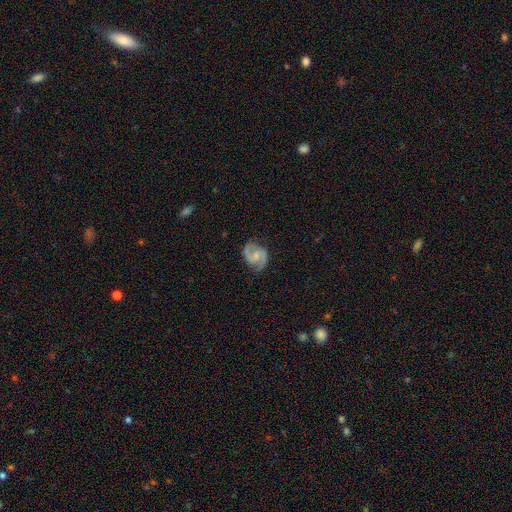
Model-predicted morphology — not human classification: The model was most divided on "bar": no: 47%, weak: 44%, strong: 9%. Remaining: edge-on disk — no (98%); spiral arms — yes (97%); spiral arm count — 2 (93%); smooth or featured — featured or disk (87%); merging — none (79%); spiral winding — medium (58%); bulge size — small (44%).